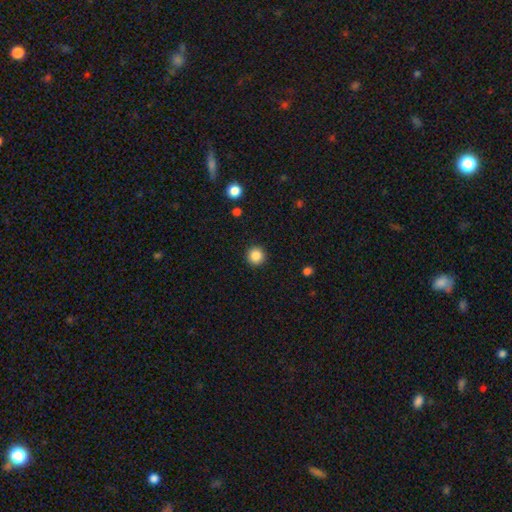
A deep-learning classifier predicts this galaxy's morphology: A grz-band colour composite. It shows a smooth galaxy with no disk features (86%) that is round (95%). Merging: none (93%).